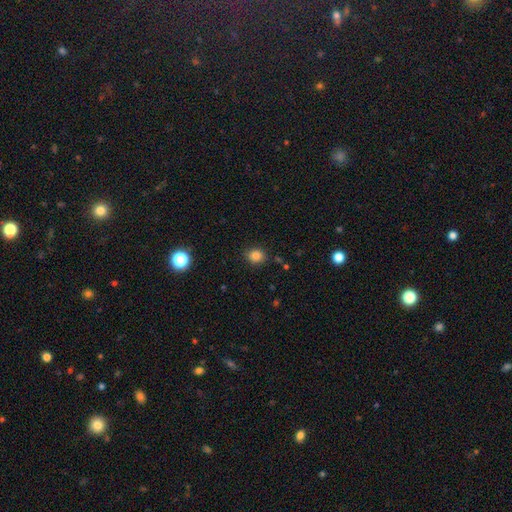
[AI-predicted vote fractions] This appears to be a smooth galaxy with no disk features (82%) that is round (76%). Merging: none (86%).